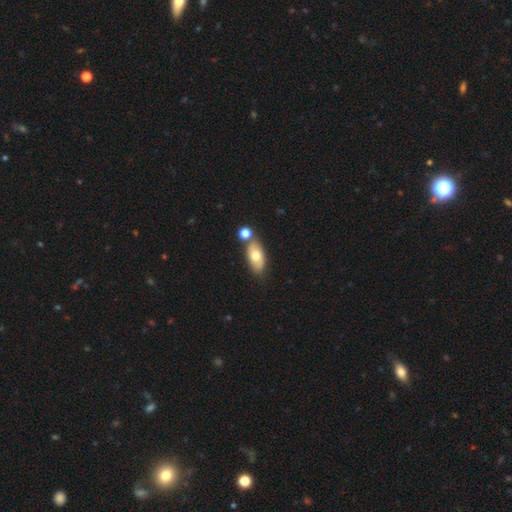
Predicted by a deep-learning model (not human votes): Smooth or featured? Predicted: smooth (p=0.67). How rounded? Predicted: in between (p=0.88). Merging? Predicted: none (p=0.64).